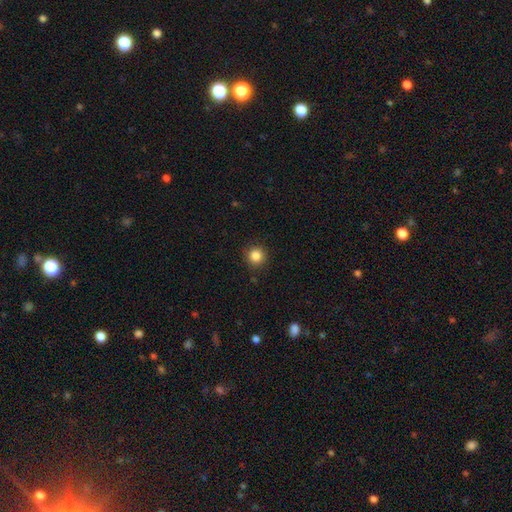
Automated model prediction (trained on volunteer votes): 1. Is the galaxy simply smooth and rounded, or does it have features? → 85% smooth, 11% star or artifact, 4% featured or disk.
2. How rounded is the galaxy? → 94% round, 5% in between, 1% cigar-shaped.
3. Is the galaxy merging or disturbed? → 90% none, 7% minor disturbance, 2% major disturbance, 1% merger.